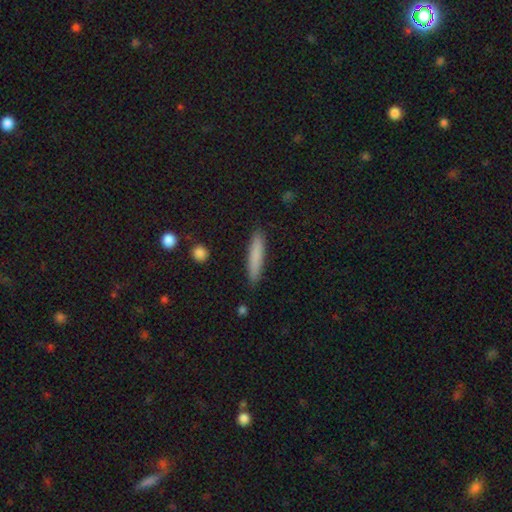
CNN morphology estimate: A smooth galaxy with no disk features (81%) that is cigar-shaped (89%).

Vote fractions:
- Smooth or featured? smooth: 81% / featured or disk: 13% / star or artifact: 6%
- How rounded? cigar-shaped: 89% / in between: 10% / round: 1%
- Merging? none: 88% / minor disturbance: 9% / major disturbance: 2% / merger: 1%